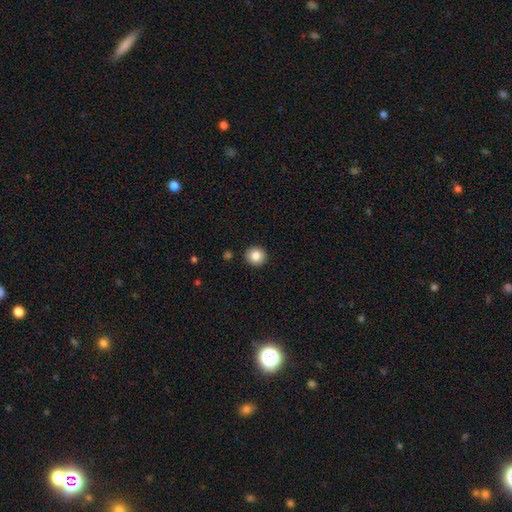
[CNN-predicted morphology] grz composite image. It shows a smooth galaxy with no disk features (85%) that is round (90%). Merging: none (92%).